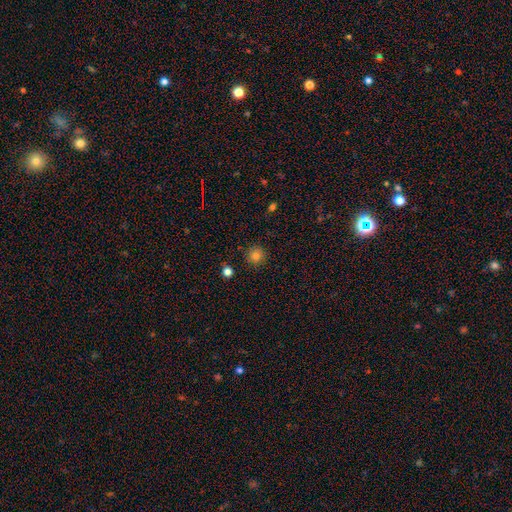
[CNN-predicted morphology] smooth_or_featured: smooth (p=0.81) [alt: star or artifact p=0.13]
how_rounded: round (p=0.95) [alt: in between p=0.04]
merging: none (p=0.90) [alt: minor disturbance p=0.06]